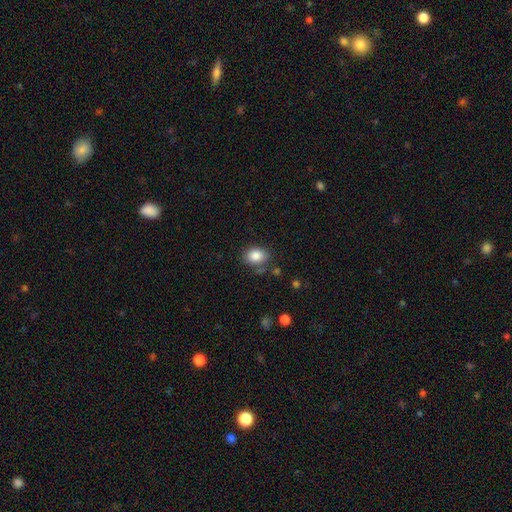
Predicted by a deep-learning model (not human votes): Morphology: type=smooth (85%); roundness=in between (67%); merging=none (74%).